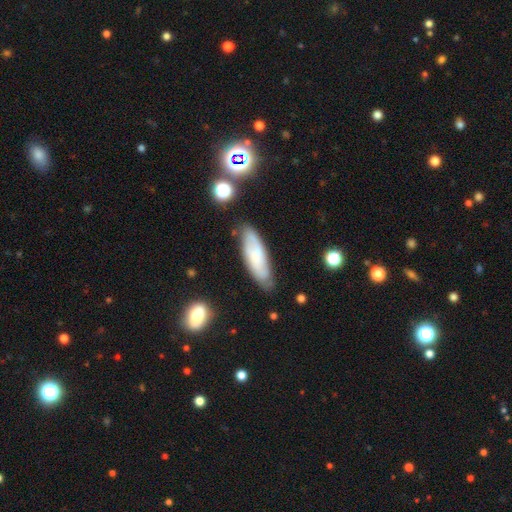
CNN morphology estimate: Smooth or featured? Predicted: smooth (p=0.53). How rounded? Predicted: cigar-shaped (p=0.50). Merging? Predicted: none (p=0.75).